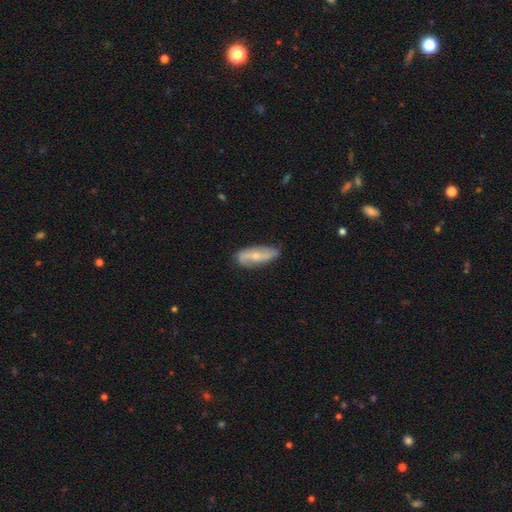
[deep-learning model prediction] A featured or disk galaxy (62%) with no bar (47%), spiral arms (84%) and a small central bulge (58%). Merging: none (76%).